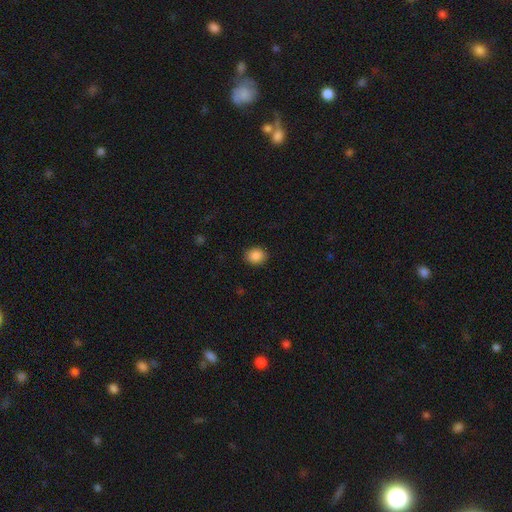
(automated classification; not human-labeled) Q: Smooth or featured?
A: smooth (87%); runner-up: star or artifact (9%)
Q: How rounded?
A: round (64%); runner-up: in between (35%)
Q: Merging?
A: none (89%); runner-up: minor disturbance (7%)